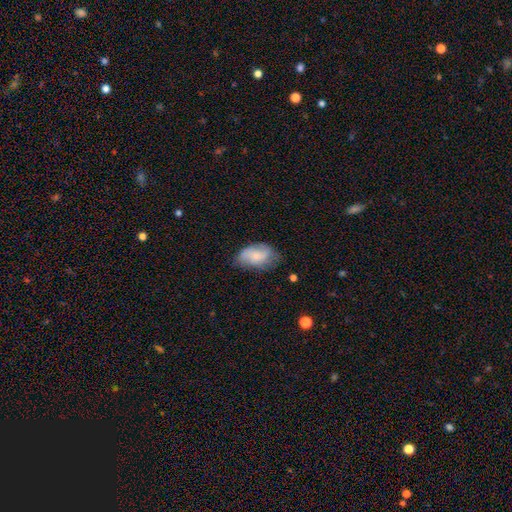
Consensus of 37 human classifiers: smooth-or-featured: smooth: 57% | featured or disk: 35% | star or artifact: 8%
  how-rounded: in between: 100% | round: 0% | cigar-shaped: 0%
  merging: none: 38% (tied) | minor disturbance: 38% (tied) | major disturbance: 24% | merger: 0%